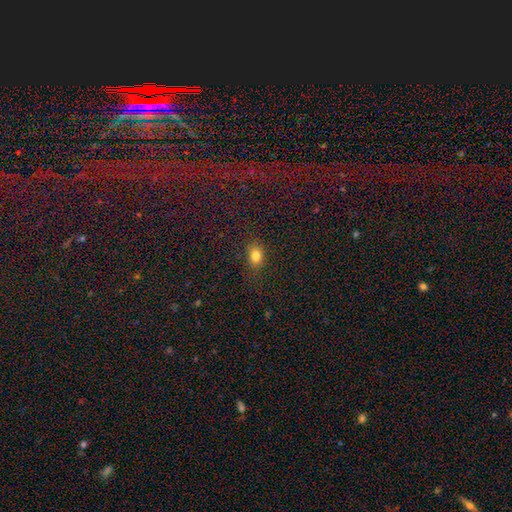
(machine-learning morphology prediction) type=smooth (81%); roundness=in between (67%); merging=none (81%).